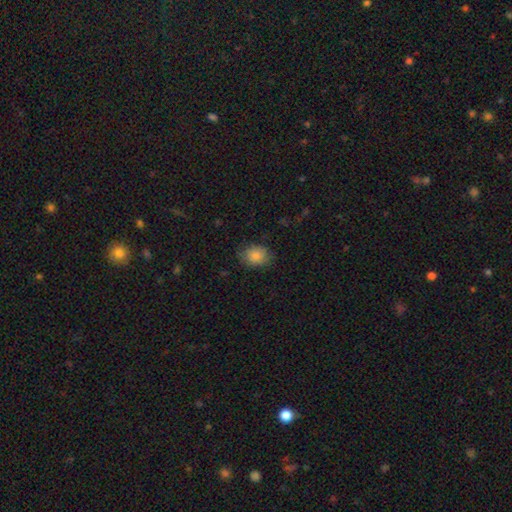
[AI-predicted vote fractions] smooth_or_featured: smooth (p=0.85) [alt: star or artifact p=0.08]
how_rounded: in between (p=0.51) [alt: round p=0.49]
merging: none (p=0.78) [alt: minor disturbance p=0.17]